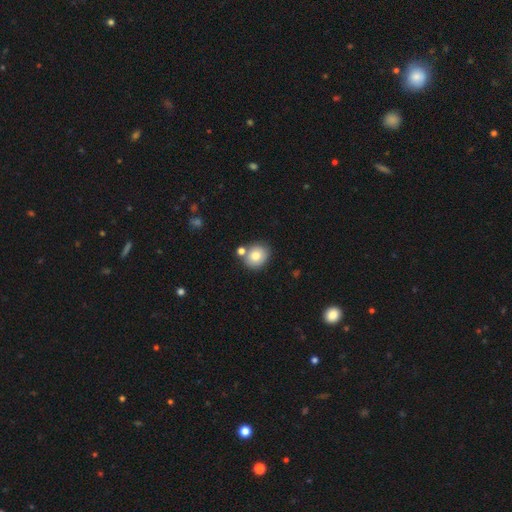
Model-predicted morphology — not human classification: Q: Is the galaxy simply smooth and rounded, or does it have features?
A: smooth — 78%.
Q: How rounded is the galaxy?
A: round — 72%.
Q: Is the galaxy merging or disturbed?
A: none — 69%.